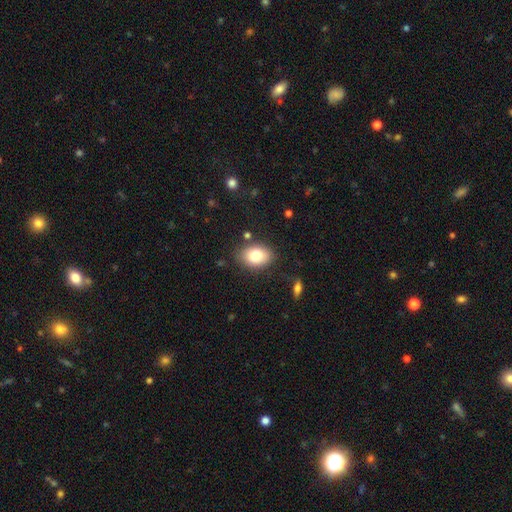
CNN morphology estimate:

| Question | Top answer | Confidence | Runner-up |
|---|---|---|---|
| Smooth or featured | smooth | 80% | featured or disk (11%) |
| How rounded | in between | 80% | round (19%) |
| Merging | none | 82% | minor disturbance (12%) |